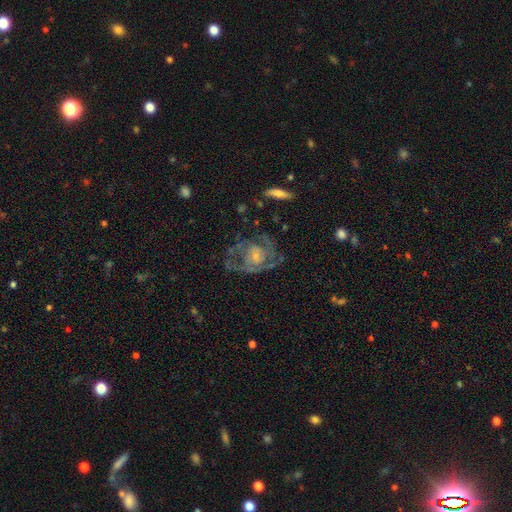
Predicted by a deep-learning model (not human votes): This appears to be a featured or disk galaxy (78%) with no bar (70%), tight (44%) spiral arms (78%) and a small central bulge (60%). Merging: none (57%).